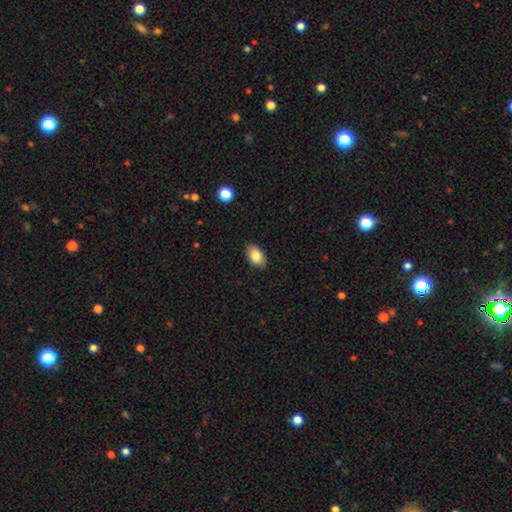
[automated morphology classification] Smooth or featured? smooth (86%)
How rounded? in between (92%)
Merging? none (86%)